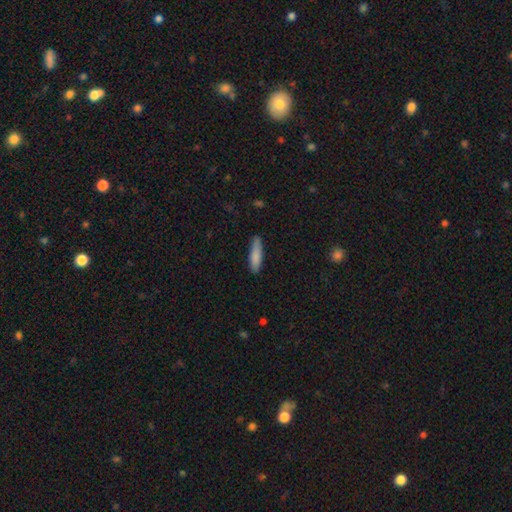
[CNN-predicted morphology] This is clearly a smooth galaxy (84%). How rounded: likely cigar-shaped (71%). Merging: clearly none (81%).